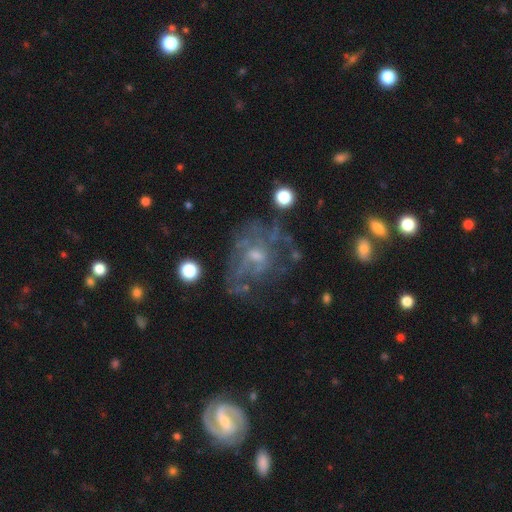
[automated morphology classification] smooth-or-featured: featured or disk: 68% | smooth: 18% | star or artifact: 14%
  disk-edge-on: no: 97% | yes: 3%
    bar: no: 67% | weak: 28% | strong: 5%
    has-spiral-arms: no: 51% | yes: 49%
    bulge-size: small: 50% | moderate: 34% | none: 13% | large: 2% | dominant: 1%
  merging: none: 46% | major disturbance: 29% | minor disturbance: 20% | merger: 5%